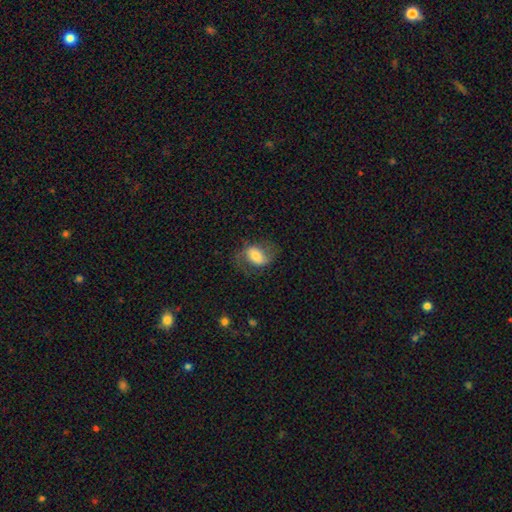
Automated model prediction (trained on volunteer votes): smooth_or_featured: smooth (p=0.47) [alt: featured or disk p=0.45]
merging: none (p=0.61) [alt: minor disturbance p=0.21]